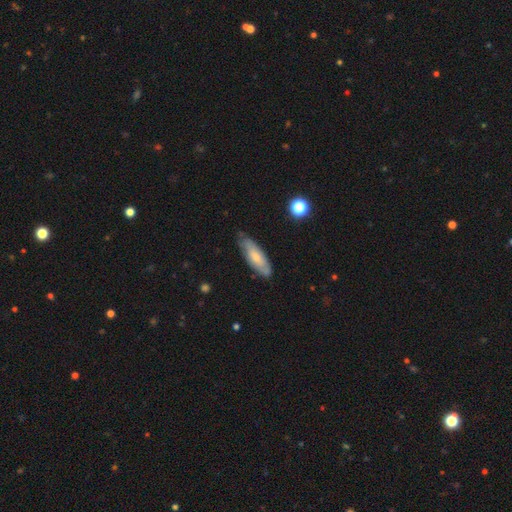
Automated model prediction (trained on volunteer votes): A smooth galaxy with no disk features (51%) that is in between round and cigar-shaped (50%).

Vote fractions:
- Smooth or featured? smooth: 51% / featured or disk: 41% / star or artifact: 8%
- How rounded? in between: 50% / cigar-shaped: 48% / round: 2%
- Merging? none: 79% / minor disturbance: 17% / major disturbance: 3% / merger: 1%